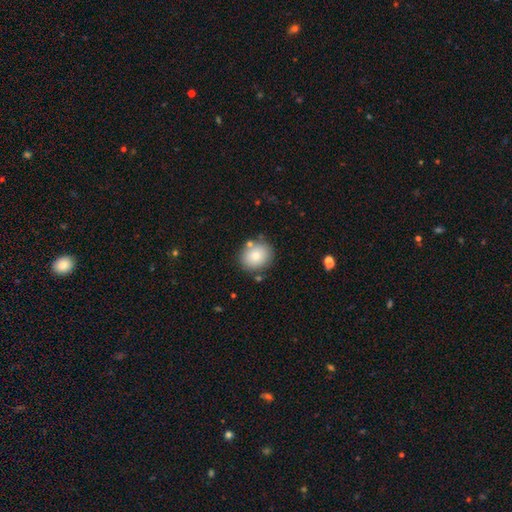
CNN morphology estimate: This is clearly a smooth galaxy (81%). How rounded: likely round (68%). Merging: likely none (79%).